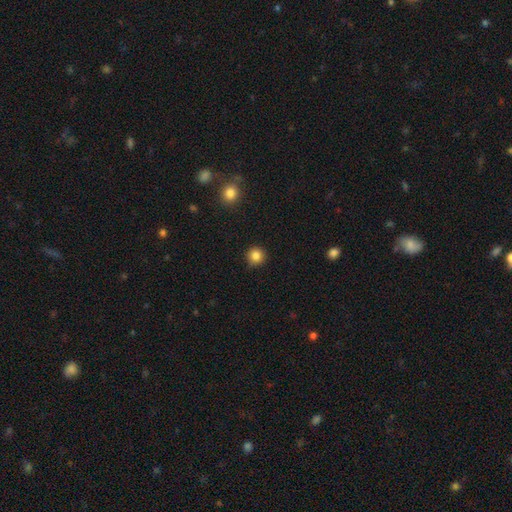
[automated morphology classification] Smooth or featured? Predicted: smooth (p=0.84). How rounded? Predicted: round (p=0.94). Merging? Predicted: none (p=0.87).